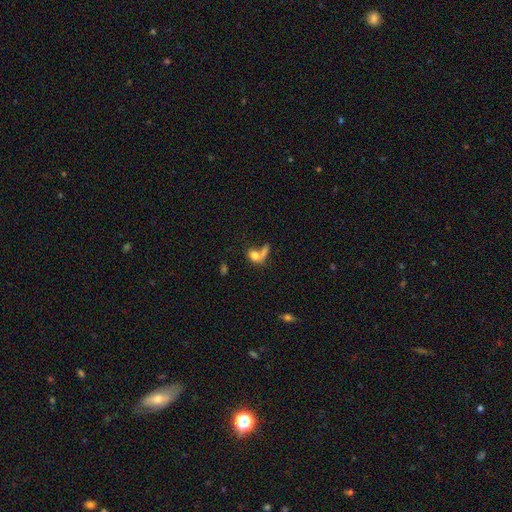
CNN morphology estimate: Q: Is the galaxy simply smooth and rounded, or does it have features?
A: smooth — 72%.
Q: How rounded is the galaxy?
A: in between — 68%.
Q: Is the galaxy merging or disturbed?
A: merger — 48%.